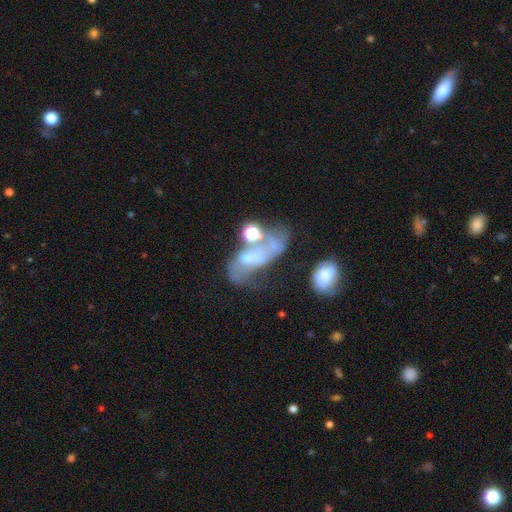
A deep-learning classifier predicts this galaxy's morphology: Smooth or featured? Predicted: featured or disk (p=0.58). Edge-on disk? Predicted: no (p=0.93). Bar? Predicted: no (p=0.57). Spiral arms? Predicted: no (p=0.61). Bulge size? Predicted: small (p=0.41). Merging? Predicted: merger (p=0.33).